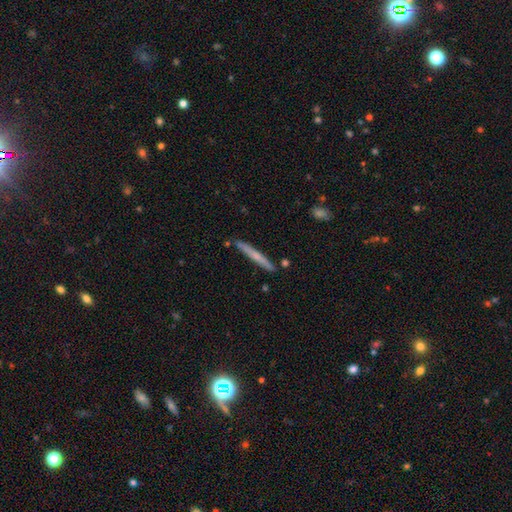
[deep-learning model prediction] The model was most divided on "smooth or featured": featured or disk: 48%, smooth: 46%, star or artifact: 6%. More confident: merging — none (88%).